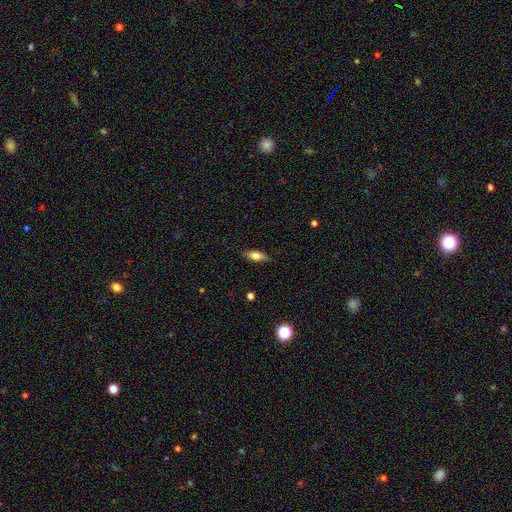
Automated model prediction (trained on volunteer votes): smooth_or_featured: smooth (p=0.75) [alt: featured or disk p=0.18]
how_rounded: in between (p=0.73) [alt: cigar-shaped p=0.24]
merging: none (p=0.86) [alt: minor disturbance p=0.11]